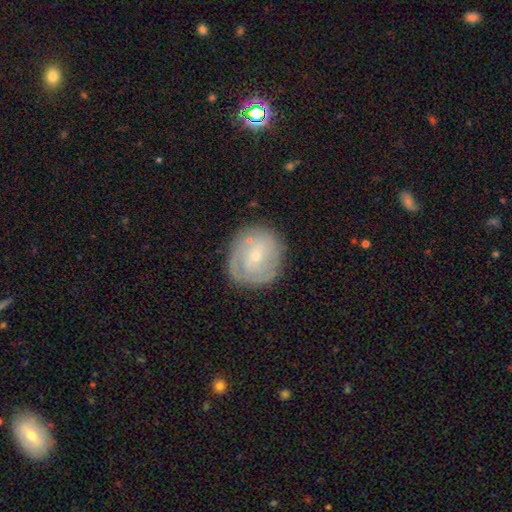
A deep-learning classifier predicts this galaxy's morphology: Smooth or featured? featured or disk (56%)
Edge-on disk? no (96%)
Bar? no (63%)
Spiral arms? yes (64%)
Bulge size? small (71%)
Merging? none (73%)